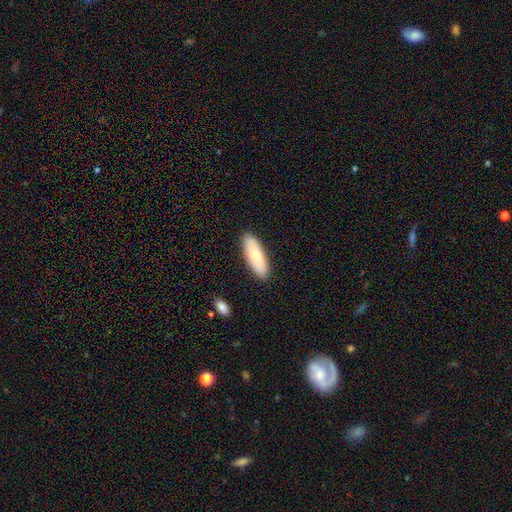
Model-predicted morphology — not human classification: Smooth or featured: smooth — 76% (featured or disk — 18%)
How rounded: in between — 59% (cigar-shaped — 40%)
Merging: none — 88% (minor disturbance — 9%)